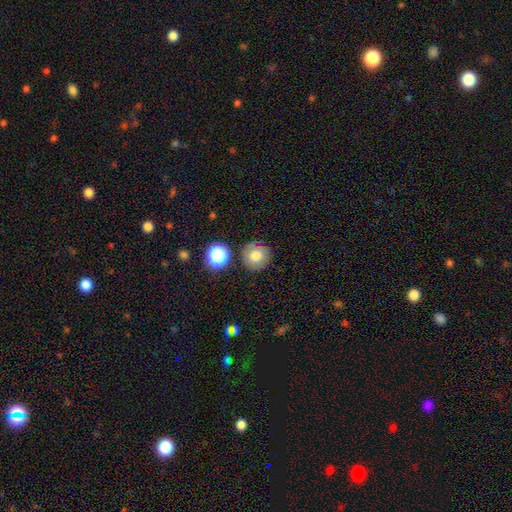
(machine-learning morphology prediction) smooth-or-featured: smooth: 75% | featured or disk: 13% | star or artifact: 12%
  how-rounded: round: 91% | in between: 8% | cigar-shaped: 1%
  merging: none: 84% | minor disturbance: 9% | merger: 4% | major disturbance: 3%